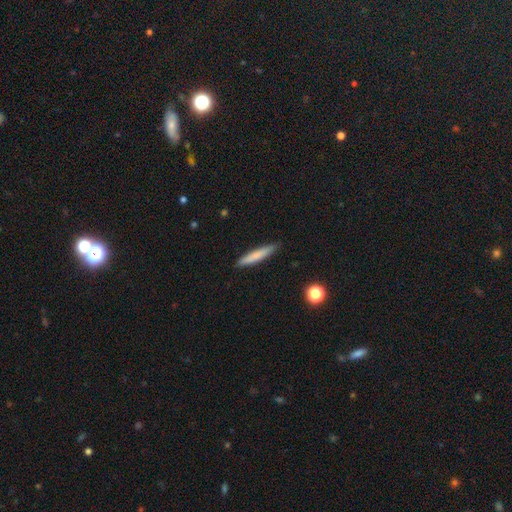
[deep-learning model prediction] A smooth galaxy with no disk features (75%) that is cigar-shaped (92%).

Vote fractions:
- Smooth or featured? smooth: 75% / featured or disk: 18% / star or artifact: 6%
- How rounded? cigar-shaped: 92% / in between: 7% / round: 1%
- Merging? none: 88% / minor disturbance: 9% / major disturbance: 2% / merger: 1%